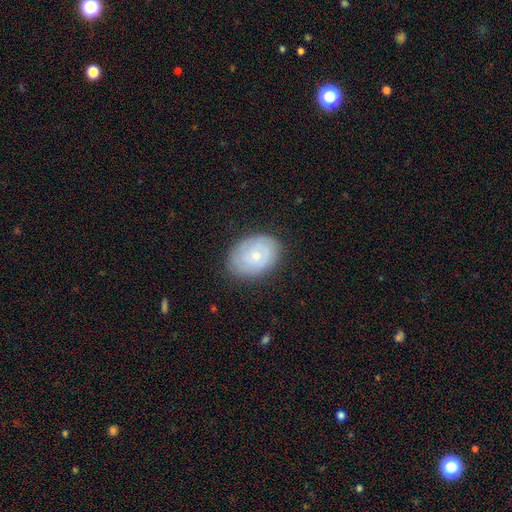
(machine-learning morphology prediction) type=smooth (55%); roundness=in between (73%); merging=none (82%).